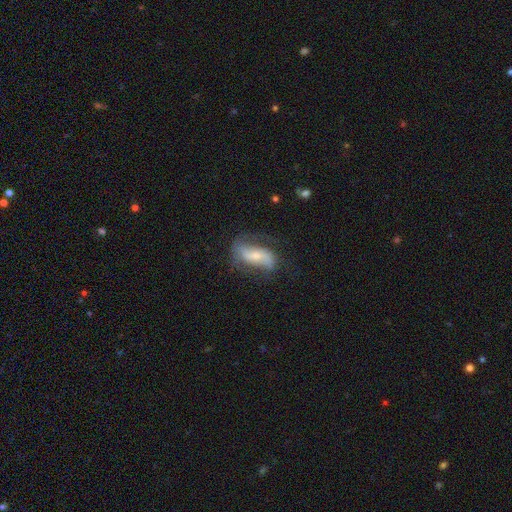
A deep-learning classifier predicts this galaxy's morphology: Overall: featured or disk (69%). Edge-on disk: no (92%). Bar: no (36%; weak 33%). Spiral arms: yes (87%). Spiral arm count: 2 (84%). Spiral winding: loose (51%; medium 34%). Bulge size: small (53%; moderate 36%). Merging: none (60%; minor disturbance 23%).